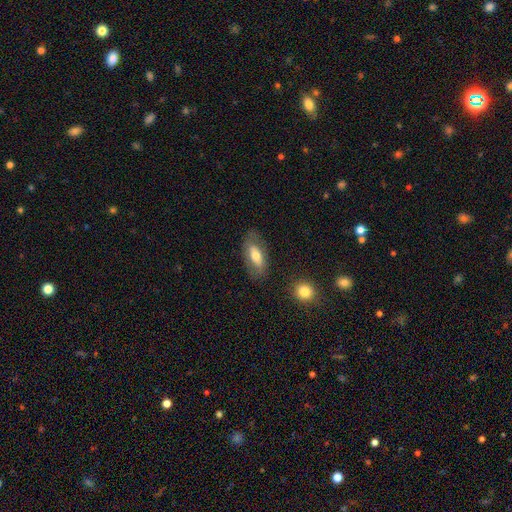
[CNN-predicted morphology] The model was most divided on "smooth or featured": smooth: 59%, featured or disk: 35%, star or artifact: 7%. More confident: how rounded — in between (82%); merging — none (75%).